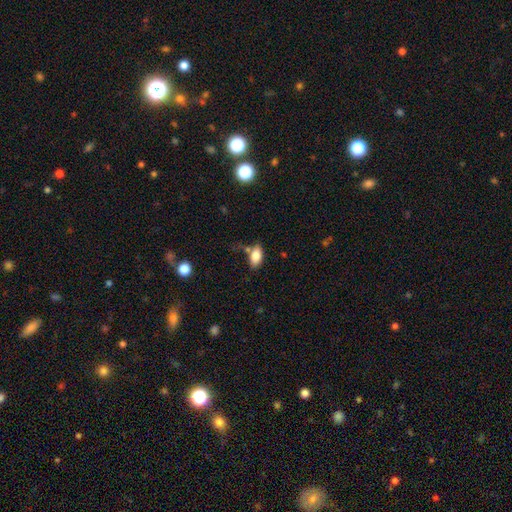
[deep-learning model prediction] Smooth or featured: smooth — 82% (featured or disk — 10%)
How rounded: in between — 91% (round — 5%)
Merging: none — 61% (minor disturbance — 21%)